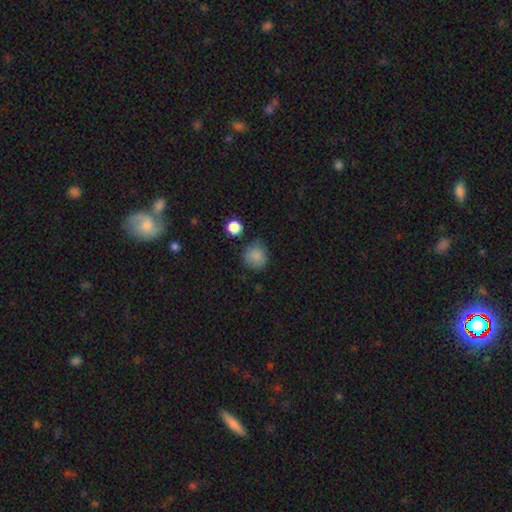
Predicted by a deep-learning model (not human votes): Smooth or featured: smooth — 85% (star or artifact — 10%)
How rounded: round — 85% (in between — 14%)
Merging: none — 70% (minor disturbance — 20%)